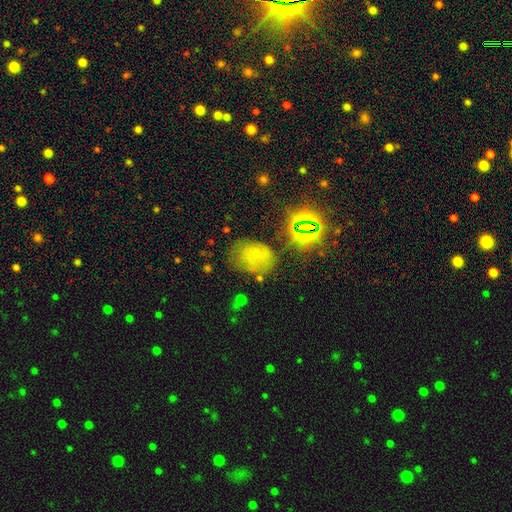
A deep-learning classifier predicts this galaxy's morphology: smooth-or-featured: smooth: 53% | star or artifact: 28% | featured or disk: 19%
  how-rounded: in between: 55% | round: 43% | cigar-shaped: 1%
  merging: none: 58% | minor disturbance: 25% | major disturbance: 11% | merger: 6%